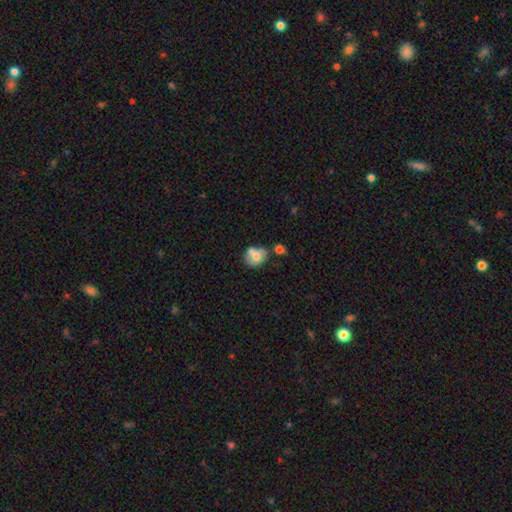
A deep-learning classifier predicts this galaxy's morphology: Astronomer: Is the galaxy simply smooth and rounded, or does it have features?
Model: smooth — 58% (runner-up: featured or disk, 34%).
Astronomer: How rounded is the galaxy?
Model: round — 52% (runner-up: in between, 47%).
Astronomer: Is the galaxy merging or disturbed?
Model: merger — 43% (runner-up: none, 34%).